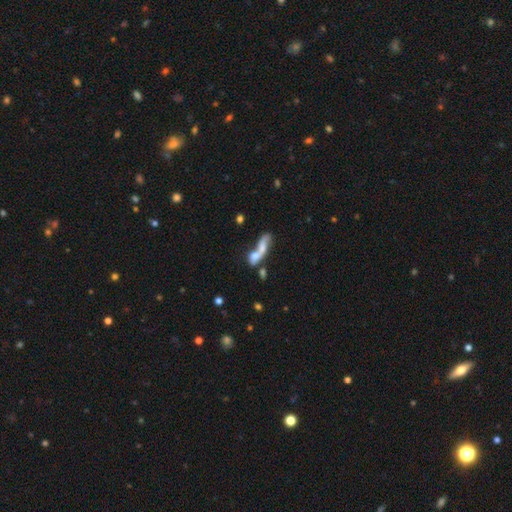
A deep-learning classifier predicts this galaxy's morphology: smooth-or-featured: smooth: 51% | featured or disk: 39% | star or artifact: 9%
  how-rounded: cigar-shaped: 47% | in between: 46% | round: 8%
  merging: merger: 59% | none: 21% | major disturbance: 11% | minor disturbance: 9%